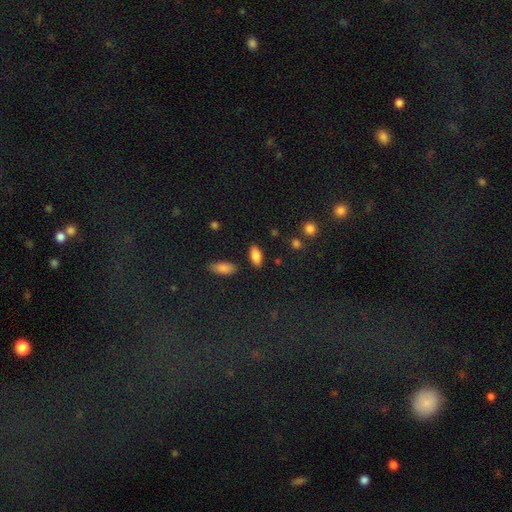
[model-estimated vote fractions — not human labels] smooth_or_featured: smooth (p=0.84) [alt: featured or disk p=0.08]
how_rounded: in between (p=0.88) [alt: cigar-shaped p=0.09]
merging: none (p=0.85) [alt: minor disturbance p=0.10]